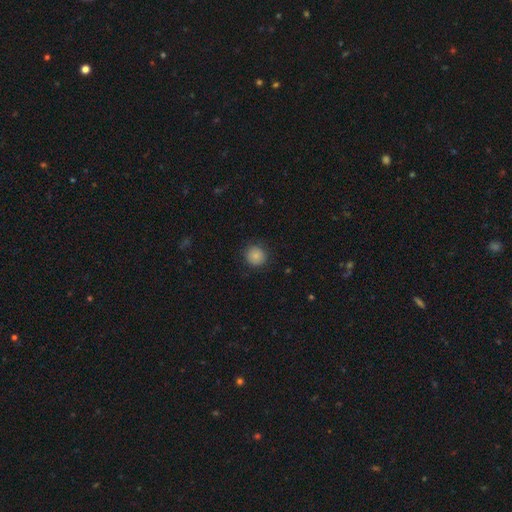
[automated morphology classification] This is clearly a smooth galaxy (85%). How rounded: clearly round (93%). Merging: clearly none (88%).